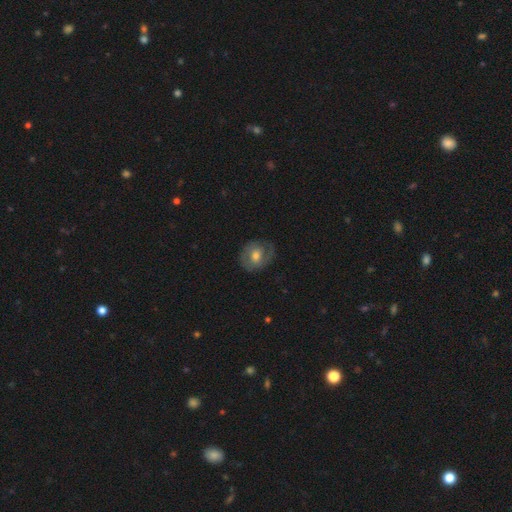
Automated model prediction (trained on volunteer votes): Smooth or featured: featured or disk — 47% (smooth — 45%)
Merging: none — 74% (minor disturbance — 17%)